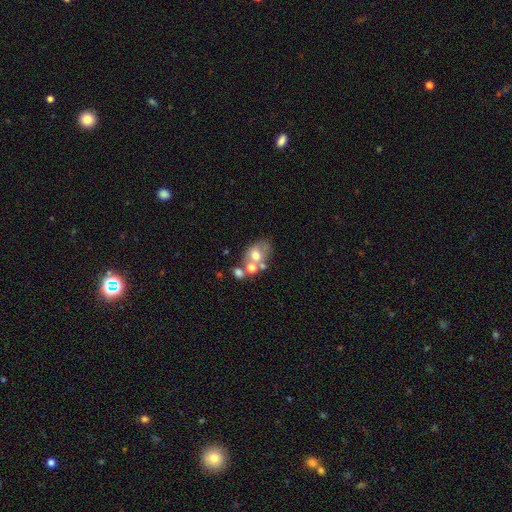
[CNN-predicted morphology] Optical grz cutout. It shows a smooth galaxy with no disk features (57%) that is in between round and cigar-shaped (69%). Merging: merger (40%).